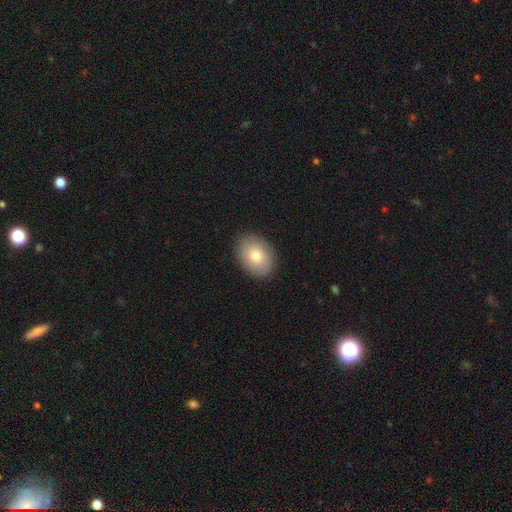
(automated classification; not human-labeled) This appears to be a smooth galaxy with no disk features (77%) that is in between round and cigar-shaped (77%). Merging: none (88%).